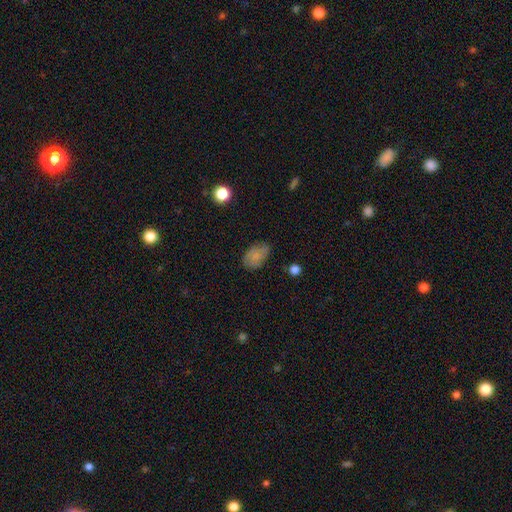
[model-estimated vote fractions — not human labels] The model was most divided on "merging": none: 74%, minor disturbance: 20%, major disturbance: 5%, merger: 2%. More confident: how rounded — in between (90%); smooth or featured — smooth (77%).